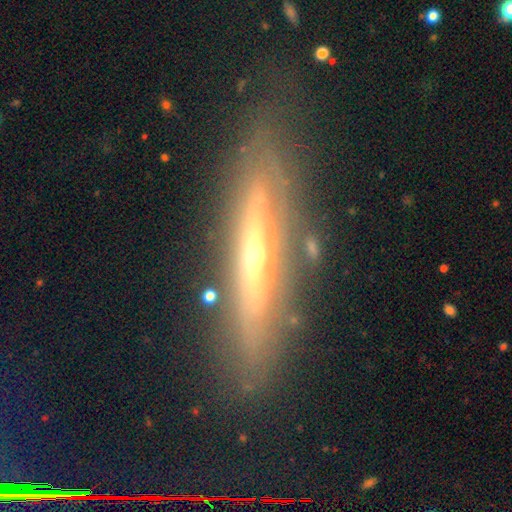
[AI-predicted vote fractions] A featured or disk galaxy (76%) viewed edge-on (81%) with a rounded central bulge (75%).

Vote fractions:
- Smooth or featured? featured or disk: 76% / smooth: 16% / star or artifact: 7%
- Edge-on disk? yes: 81% / no: 19%
- Edge-on bulge? rounded: 75% / none: 19% / boxy: 5%
- Merging? none: 76% / minor disturbance: 15% / major disturbance: 7% / merger: 2%